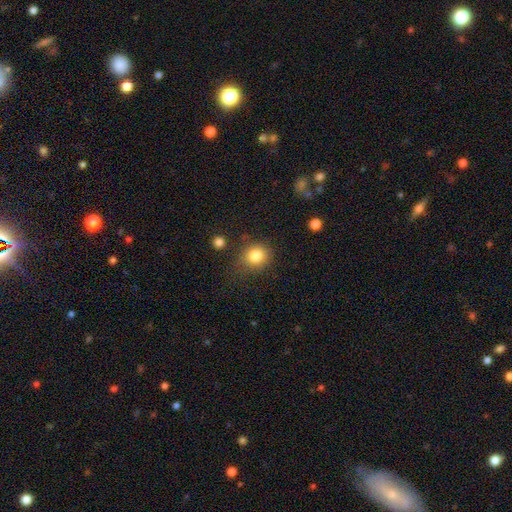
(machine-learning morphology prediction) The model was most divided on "how rounded": round: 80%, in between: 19%, cigar-shaped: 1%. More confident: smooth or featured — smooth (83%); merging — none (78%).